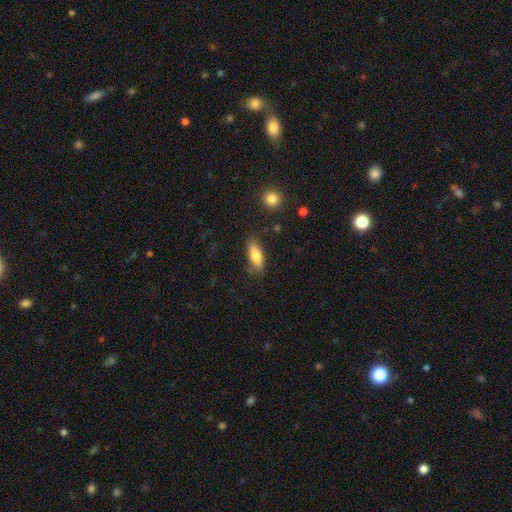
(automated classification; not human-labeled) Smooth or featured?
  - smooth: 79% *
  - featured or disk: 14%
  - star or artifact: 7%
How rounded?
  - in between: 73% *
  - cigar-shaped: 24%
  - round: 3%
Merging?
  - none: 74% *
  - minor disturbance: 19%
  - major disturbance: 5%
  - merger: 3%